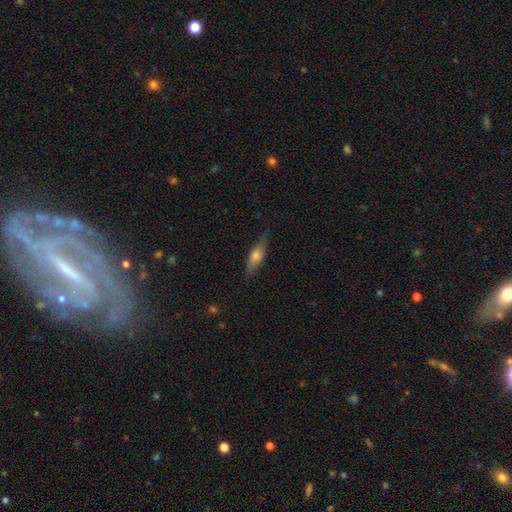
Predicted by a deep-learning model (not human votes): A smooth galaxy with no disk features (56%) that is cigar-shaped (51%).

Vote fractions:
- Smooth or featured? smooth: 56% / featured or disk: 37% / star or artifact: 7%
- How rounded? cigar-shaped: 51% / in between: 46% / round: 3%
- Merging? none: 81% / minor disturbance: 14% / major disturbance: 3% / merger: 1%